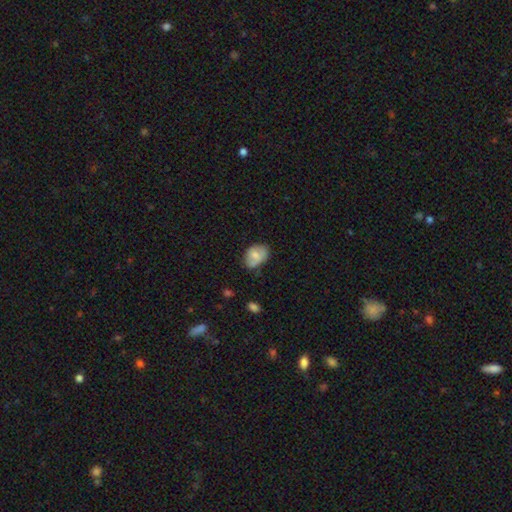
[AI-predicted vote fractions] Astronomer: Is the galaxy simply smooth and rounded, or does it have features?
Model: smooth — 63%.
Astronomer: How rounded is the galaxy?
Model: in between — 76%.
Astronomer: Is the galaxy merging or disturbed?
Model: none — 51% (runner-up: minor disturbance, 36%).